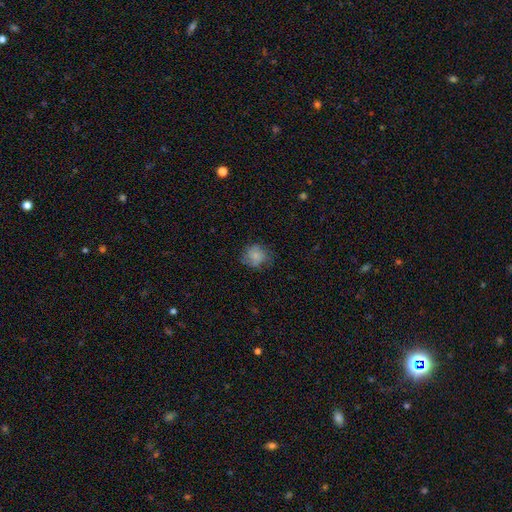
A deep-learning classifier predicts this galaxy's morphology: type=smooth (69%); roundness=round (81%); merging=none (67%).